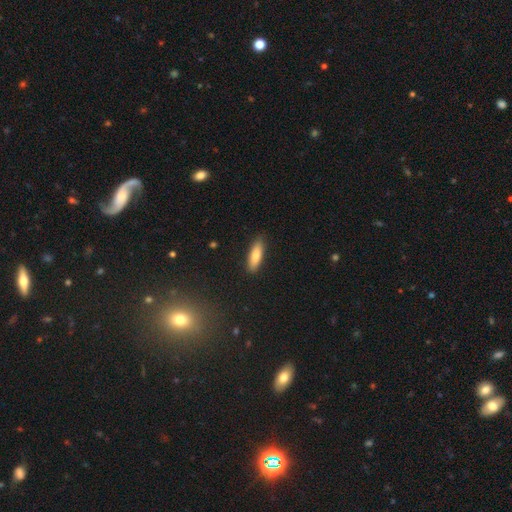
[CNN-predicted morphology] Smooth or featured? smooth (82%)
How rounded? cigar-shaped (51%)
Merging? none (87%)